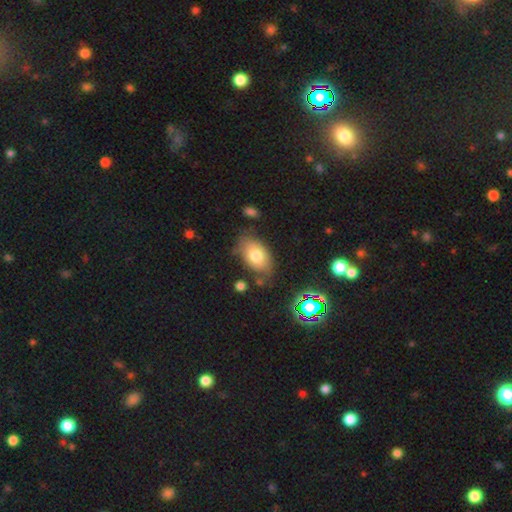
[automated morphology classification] The model was most divided on "merging": none: 65%, minor disturbance: 23%, major disturbance: 7%, merger: 5%. More confident: how rounded — in between (89%); smooth or featured — smooth (72%).